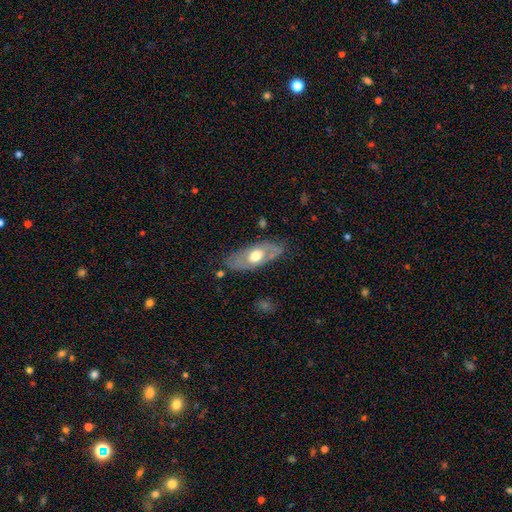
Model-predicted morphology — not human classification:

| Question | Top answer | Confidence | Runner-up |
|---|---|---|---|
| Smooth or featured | featured or disk | 51% | smooth (44%) |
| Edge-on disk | no | 75% | yes (25%) |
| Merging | none | 75% | minor disturbance (18%) |